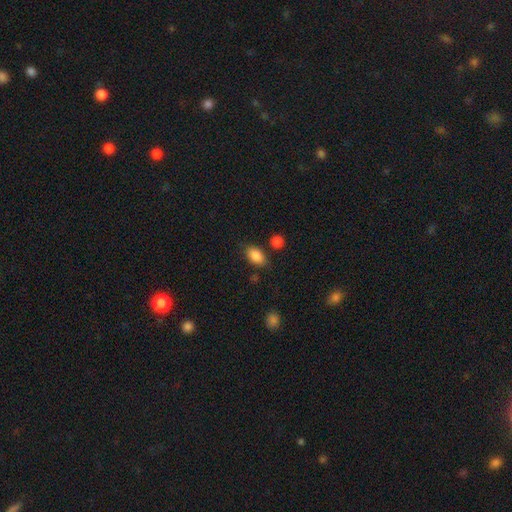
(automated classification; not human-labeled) Smooth or featured?
  - smooth: 86% *
  - star or artifact: 8%
  - featured or disk: 6%
How rounded?
  - in between: 87% *
  - round: 11%
  - cigar-shaped: 3%
Merging?
  - none: 76% *
  - minor disturbance: 15%
  - merger: 5%
  - major disturbance: 4%